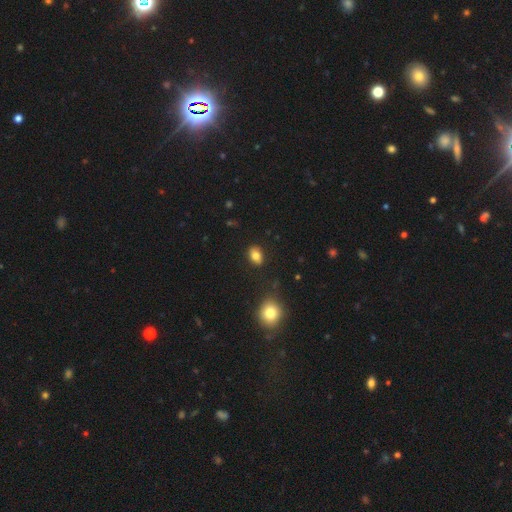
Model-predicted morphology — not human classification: type=smooth (82%); roundness=in between (79%); merging=none (86%).